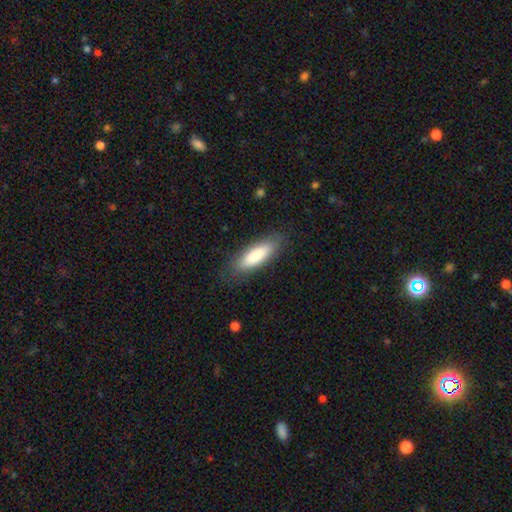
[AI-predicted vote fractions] smooth_or_featured: smooth (p=0.83) [alt: featured or disk p=0.11]
how_rounded: in between (p=0.55) [alt: cigar-shaped p=0.44]
merging: none (p=0.83) [alt: minor disturbance p=0.12]